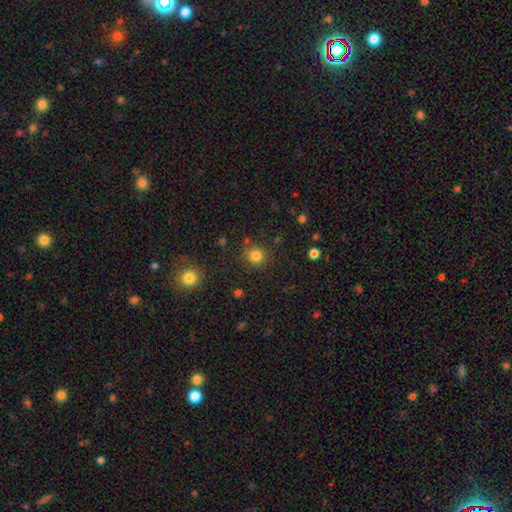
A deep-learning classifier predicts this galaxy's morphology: type=smooth (82%); roundness=round (92%); merging=none (85%).